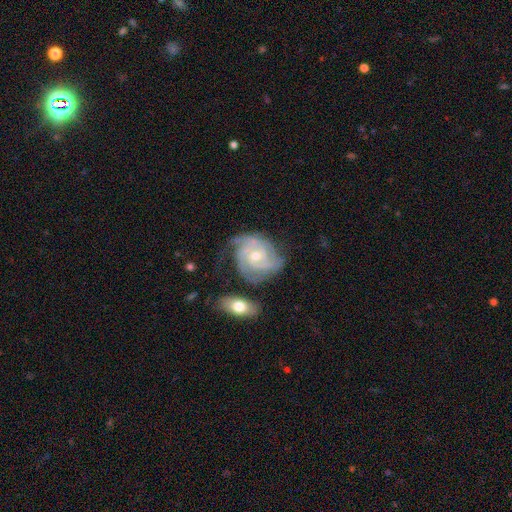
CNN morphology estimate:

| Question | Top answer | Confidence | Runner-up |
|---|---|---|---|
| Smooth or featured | featured or disk | 88% | smooth (7%) |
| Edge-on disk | no | 98% | yes (2%) |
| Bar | no | 61% | weak (32%) |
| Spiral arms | yes | 97% | no (3%) |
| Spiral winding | tight | 66% | medium (29%) |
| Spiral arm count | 3 | 43% | 2 (19%) |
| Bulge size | small | 49% | moderate (47%) |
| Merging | none | 61% | minor disturbance (23%) |